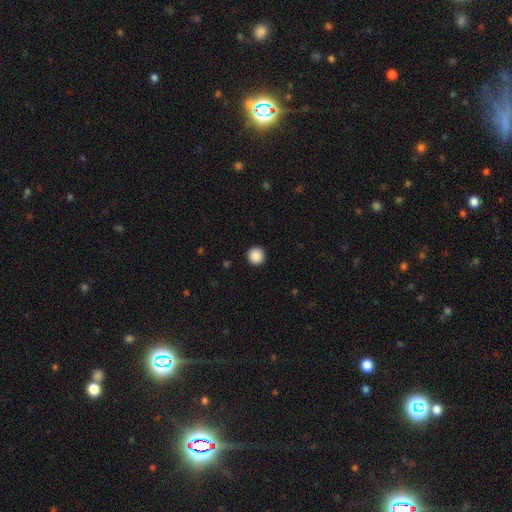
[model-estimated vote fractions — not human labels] Smooth or featured? Predicted: smooth (p=0.89). How rounded? Predicted: round (p=0.95). Merging? Predicted: none (p=0.93).